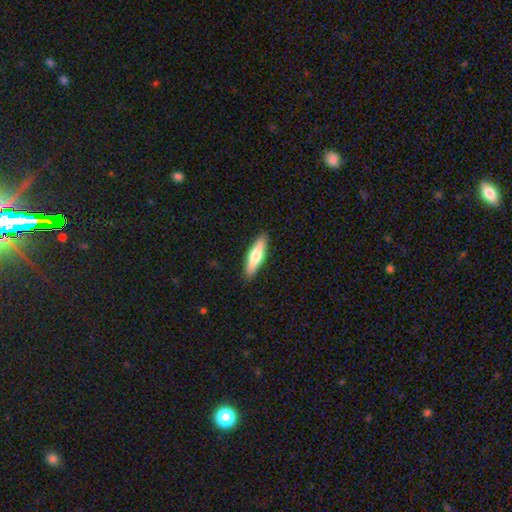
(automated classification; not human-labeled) A smooth galaxy with no disk features (62%) that is cigar-shaped (70%). Merging: none (90%).